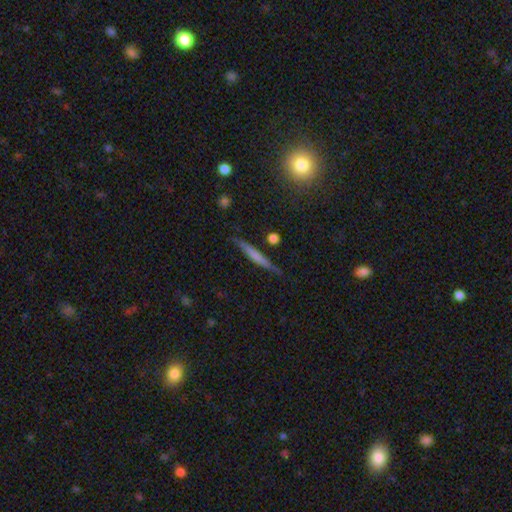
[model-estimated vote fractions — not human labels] A smooth galaxy with no disk features (50%).

Vote fractions:
- Smooth or featured? smooth: 50% / featured or disk: 43% / star or artifact: 8%
- Merging? none: 83% / minor disturbance: 12% / major disturbance: 3% / merger: 2%